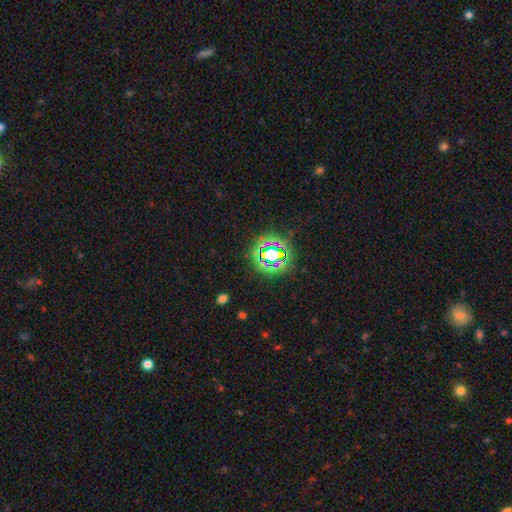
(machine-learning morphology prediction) star or artifact 78%, smooth 15%, featured or disk 7%.